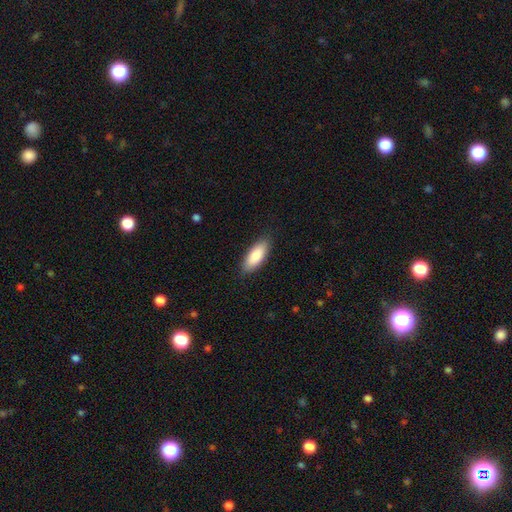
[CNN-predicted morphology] Smooth or featured? Predicted: smooth (p=0.86). How rounded? Predicted: in between (p=0.77). Merging? Predicted: none (p=0.87).